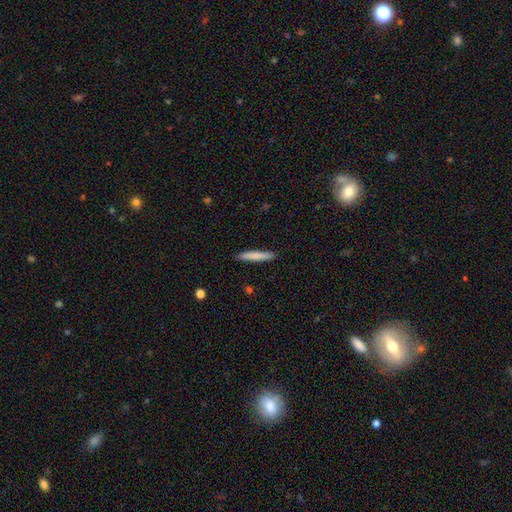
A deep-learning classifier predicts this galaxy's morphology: Smooth or featured?
  - smooth: 79% *
  - featured or disk: 15%
  - star or artifact: 5%
How rounded?
  - cigar-shaped: 94% *
  - in between: 5%
  - round: 1%
Merging?
  - none: 91% *
  - minor disturbance: 7%
  - major disturbance: 2%
  - merger: 1%